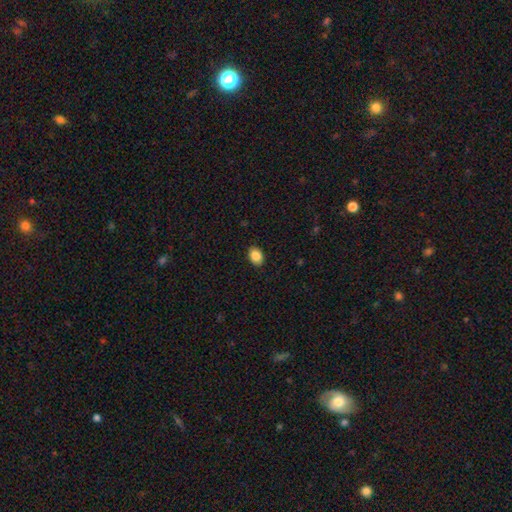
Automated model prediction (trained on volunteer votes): smooth_or_featured: smooth (p=0.87) [alt: star or artifact p=0.08]
how_rounded: in between (p=0.75) [alt: round p=0.24]
merging: none (p=0.89) [alt: minor disturbance p=0.08]